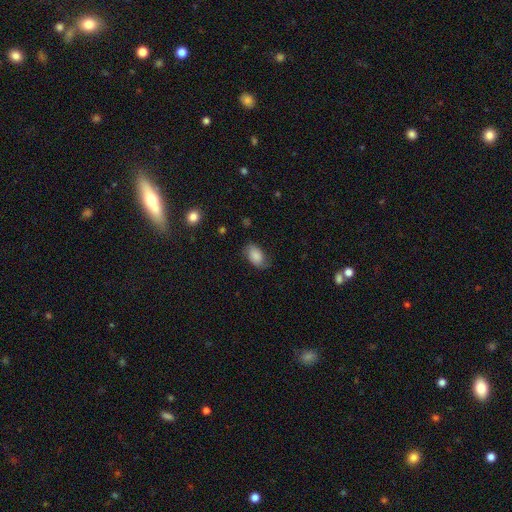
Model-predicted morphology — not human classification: Q: Smooth or featured?
A: smooth (79%); runner-up: featured or disk (13%)
Q: How rounded?
A: in between (89%); runner-up: round (9%)
Q: Merging?
A: none (69%); runner-up: minor disturbance (22%)